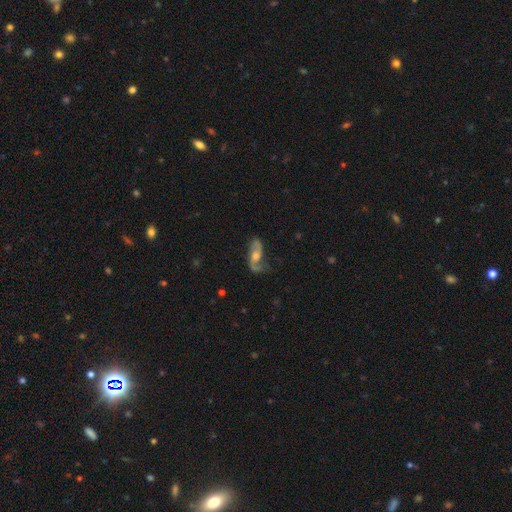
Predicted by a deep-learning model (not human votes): Smooth or featured? featured or disk (73%)
Edge-on disk? no (90%)
Bar? no (57%)
Spiral arms? yes (89%)
Spiral winding? loose (62%)
Spiral arm count? 2 (84%)
Bulge size? moderate (54%)
Merging? none (54%)